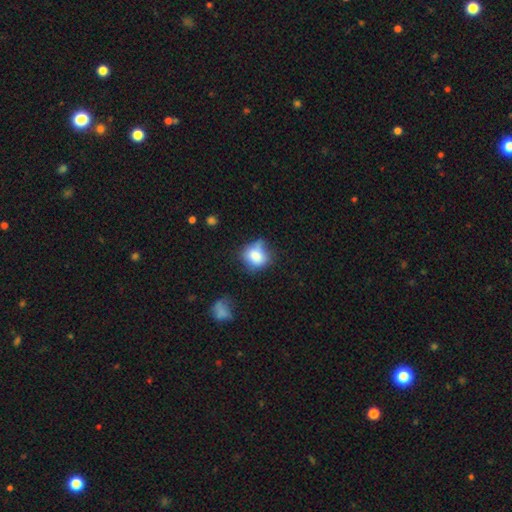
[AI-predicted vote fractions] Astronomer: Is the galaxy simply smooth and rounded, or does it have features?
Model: smooth — 78%.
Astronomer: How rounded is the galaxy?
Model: round — 65%.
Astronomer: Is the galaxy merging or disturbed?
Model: none — 47% (runner-up: minor disturbance, 32%).